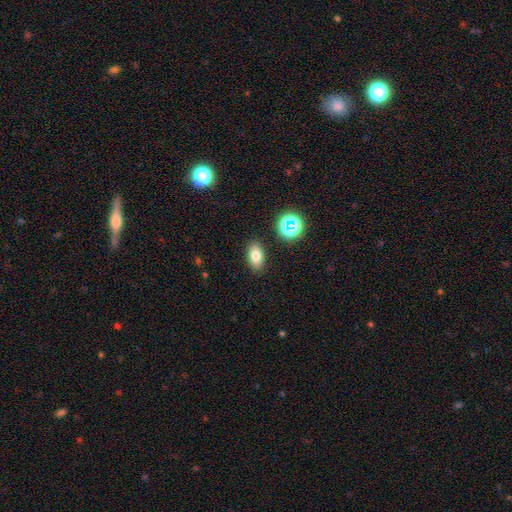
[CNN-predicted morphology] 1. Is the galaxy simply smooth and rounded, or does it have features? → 76% smooth, 13% star or artifact, 11% featured or disk.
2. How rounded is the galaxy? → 87% in between, 10% round, 4% cigar-shaped.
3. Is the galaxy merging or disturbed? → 87% none, 9% minor disturbance, 2% major disturbance, 2% merger.